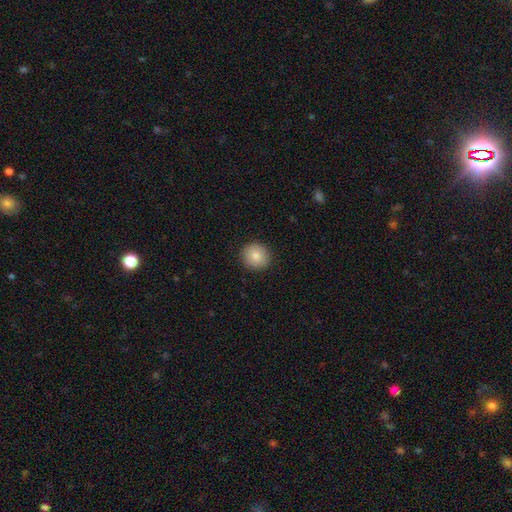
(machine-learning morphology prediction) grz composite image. It shows a smooth galaxy with no disk features (83%) that is round (92%). Merging: none (91%).